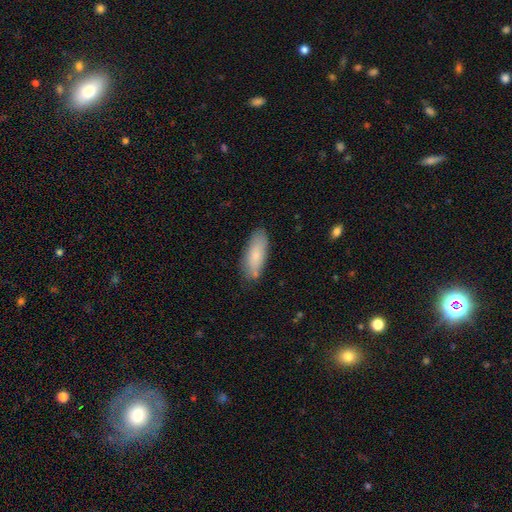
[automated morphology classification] smooth-or-featured: smooth: 80% | featured or disk: 14% | star or artifact: 6%
  how-rounded: in between: 72% | cigar-shaped: 26% | round: 2%
  merging: none: 76% | minor disturbance: 17% | major disturbance: 3% | merger: 3%